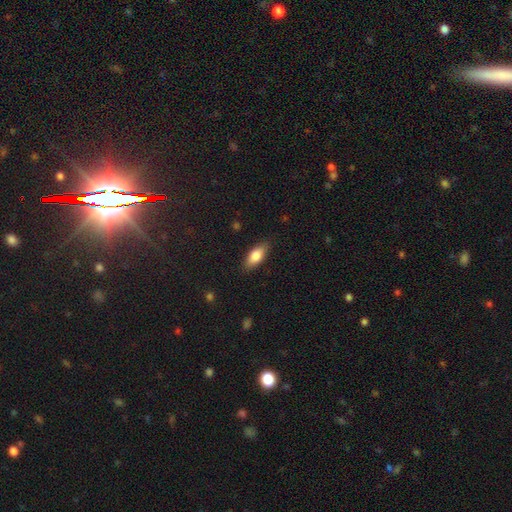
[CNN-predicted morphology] smooth 78%, featured or disk 16%, star or artifact 7%. Down the decision tree: how rounded — in between (80%); merging — none (85%).